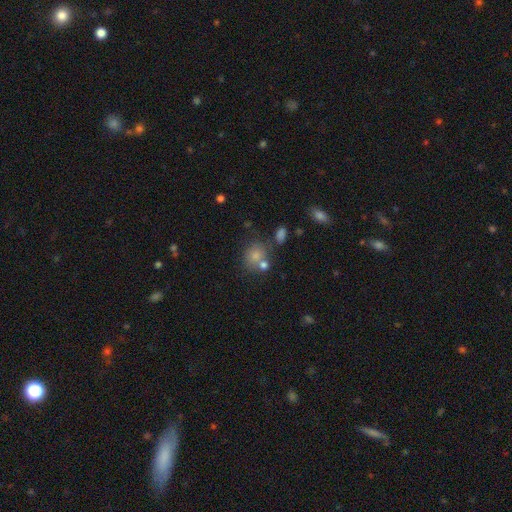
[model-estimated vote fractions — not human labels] Smooth or featured? smooth (66%)
How rounded? round (75%)
Merging? none (64%)